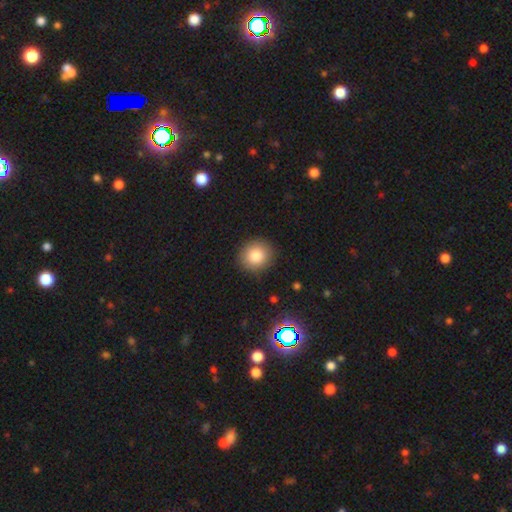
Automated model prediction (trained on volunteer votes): smooth-or-featured: smooth: 82% | star or artifact: 10% | featured or disk: 8%
  how-rounded: round: 89% | in between: 10% | cigar-shaped: 1%
  merging: none: 90% | minor disturbance: 7% | major disturbance: 2% | merger: 1%